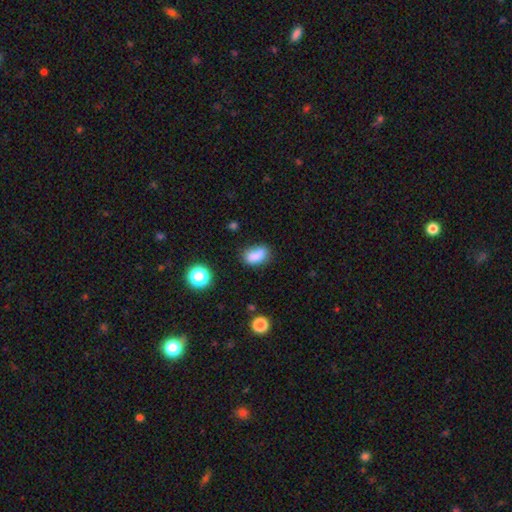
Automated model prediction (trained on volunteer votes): Smooth or featured?
  - smooth: 81% *
  - star or artifact: 11%
  - featured or disk: 8%
How rounded?
  - in between: 84% *
  - round: 13%
  - cigar-shaped: 4%
Merging?
  - none: 58% *
  - minor disturbance: 26%
  - major disturbance: 8%
  - merger: 8%